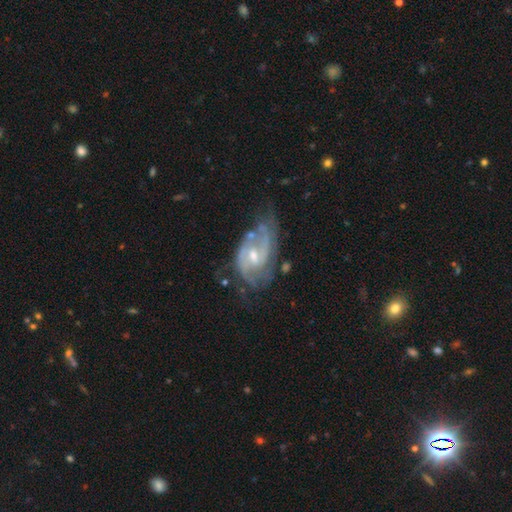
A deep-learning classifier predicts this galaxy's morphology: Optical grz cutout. It shows a featured or disk galaxy (84%) with a weak bar (48%), 2 (65%) medium (47%) spiral arms (93%) and a small central bulge (48%). Merging: none (52%).